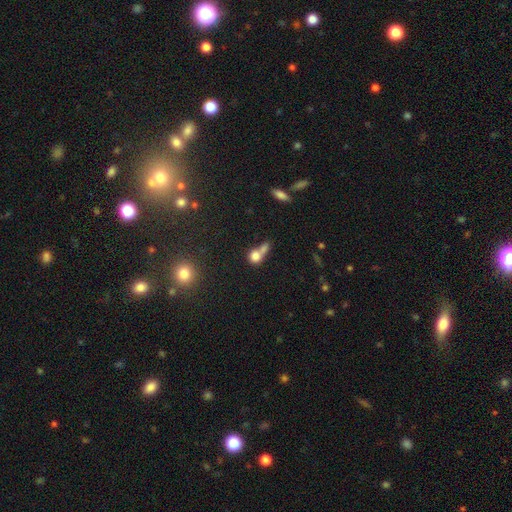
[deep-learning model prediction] smooth_or_featured: smooth (p=0.75) [alt: featured or disk p=0.13]
how_rounded: round (p=0.66) [alt: in between p=0.30]
merging: merger (p=0.57) [alt: none p=0.28]